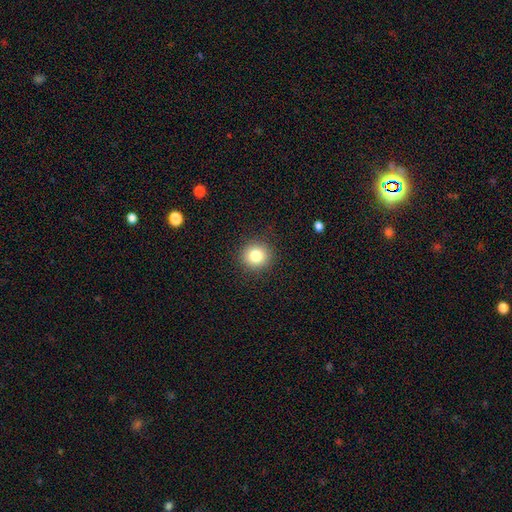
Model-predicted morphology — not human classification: The model was most divided on "smooth or featured": smooth: 82%, star or artifact: 11%, featured or disk: 7%. More confident: how rounded — round (92%); merging — none (91%).